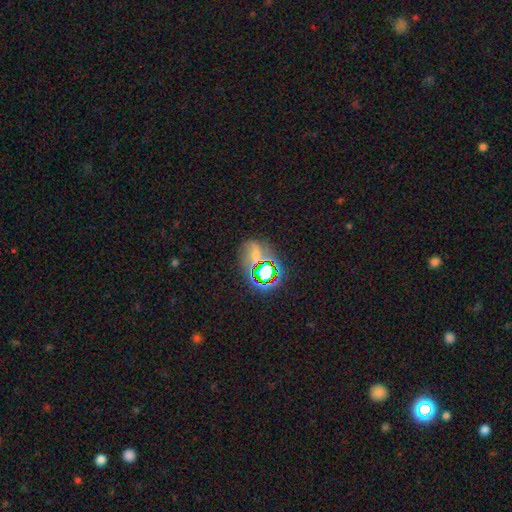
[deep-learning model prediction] A star or artifact, not a galaxy (57%).